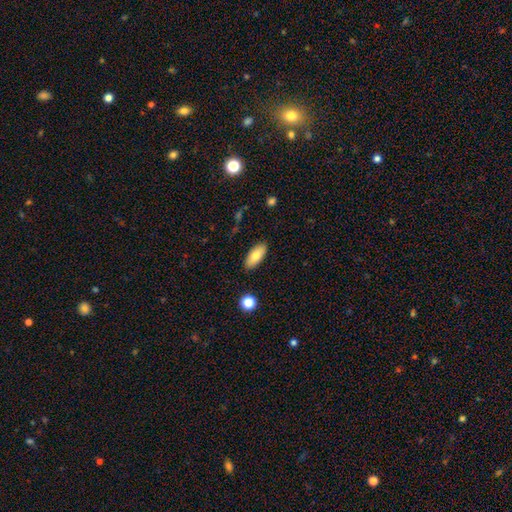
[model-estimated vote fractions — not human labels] This appears to be a smooth galaxy with no disk features (77%) that is in between round and cigar-shaped (86%). Merging: none (88%).